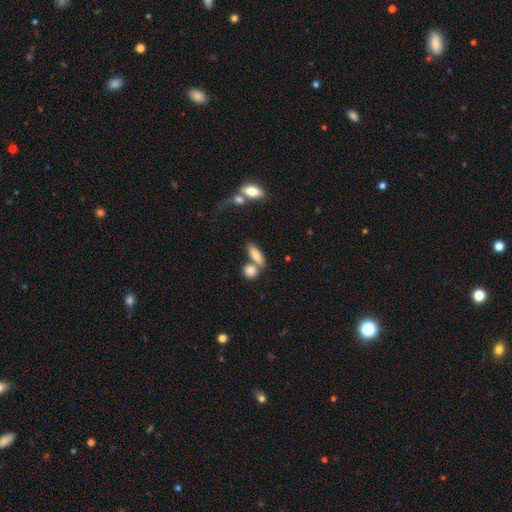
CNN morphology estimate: Q: Smooth or featured?
A: smooth (79%); runner-up: featured or disk (13%)
Q: How rounded?
A: in between (59%); runner-up: cigar-shaped (29%)
Q: Merging?
A: none (50%); runner-up: merger (33%)